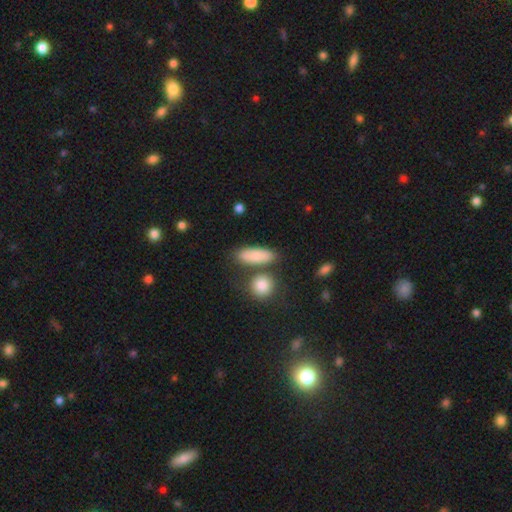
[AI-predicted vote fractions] Q: Smooth or featured?
A: smooth (85%); runner-up: featured or disk (8%)
Q: How rounded?
A: in between (66%); runner-up: cigar-shaped (28%)
Q: Merging?
A: none (73%); runner-up: minor disturbance (12%)